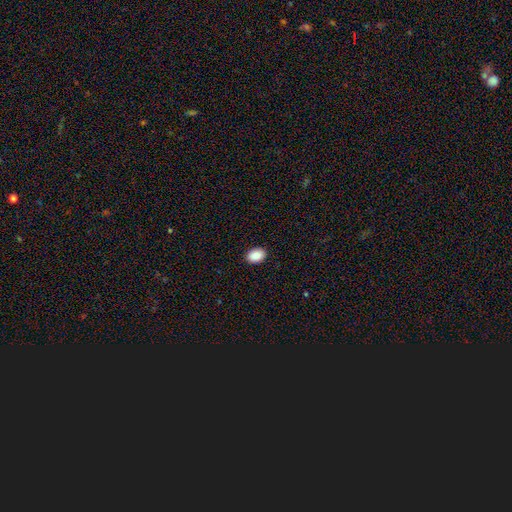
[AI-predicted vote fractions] Smooth or featured? smooth (90%)
How rounded? in between (83%)
Merging? none (90%)